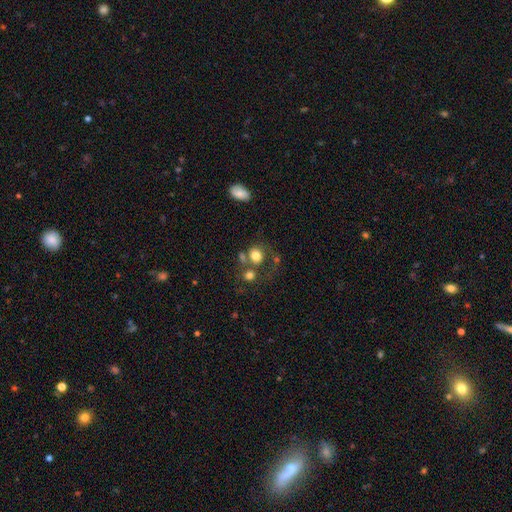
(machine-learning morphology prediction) smooth 77%, featured or disk 12%, star or artifact 11%. Down the decision tree: how rounded — round (76%); merging — none (48%).